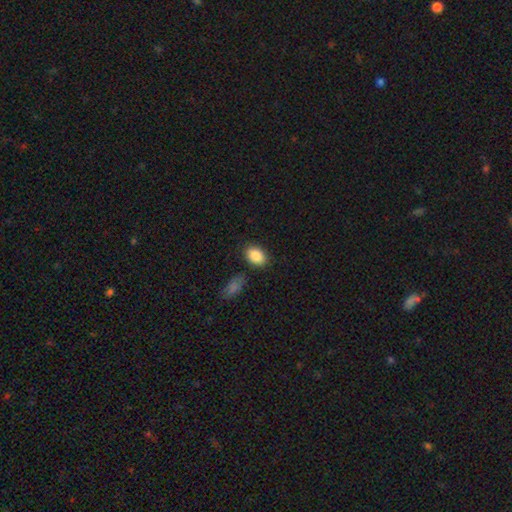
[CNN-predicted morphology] Smooth or featured? Predicted: smooth (p=0.87). How rounded? Predicted: in between (p=0.83). Merging? Predicted: none (p=0.80).